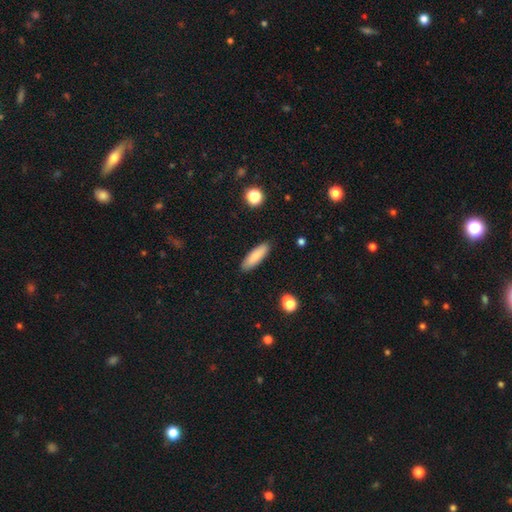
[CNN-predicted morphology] Smooth or featured? Predicted: smooth (p=0.86). How rounded? Predicted: cigar-shaped (p=0.59). Merging? Predicted: none (p=0.89).